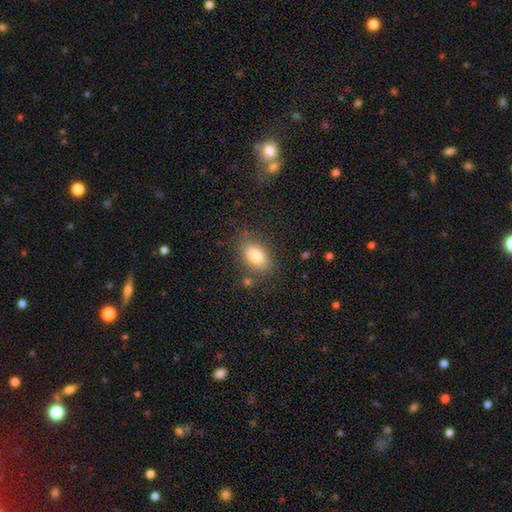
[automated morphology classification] A smooth galaxy with no disk features (81%) that is in between round and cigar-shaped (88%). Merging: none (79%).